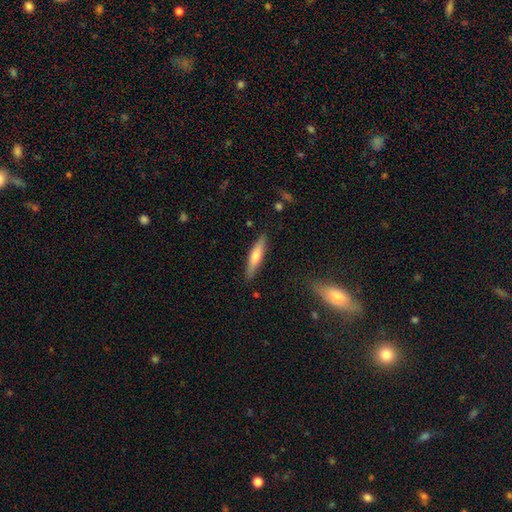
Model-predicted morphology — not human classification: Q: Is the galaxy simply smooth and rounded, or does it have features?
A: smooth — 57%.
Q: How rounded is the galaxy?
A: cigar-shaped — 82%.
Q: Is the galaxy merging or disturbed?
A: none — 87%.